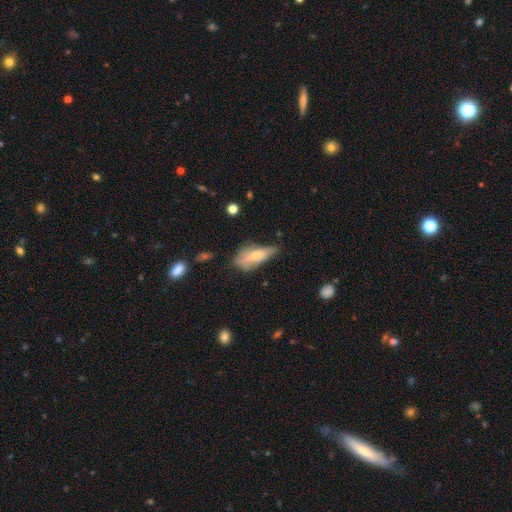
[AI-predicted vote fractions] smooth-or-featured: smooth: 62% | featured or disk: 30% | star or artifact: 7%
  how-rounded: in between: 77% | cigar-shaped: 19% | round: 3%
  merging: none: 40% | minor disturbance: 38% | major disturbance: 18% | merger: 4%